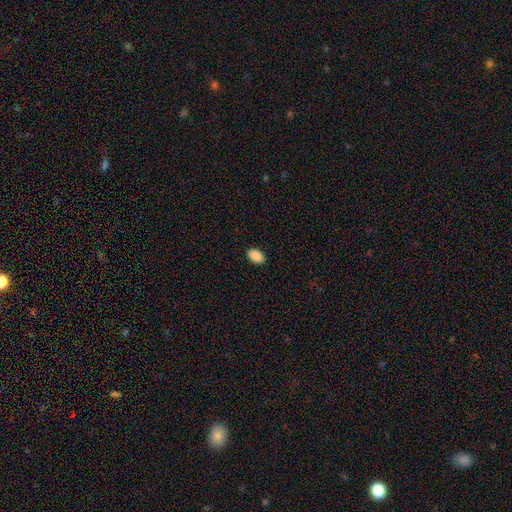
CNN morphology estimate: A smooth galaxy with no disk features (90%) that is in between round and cigar-shaped (86%).

Vote fractions:
- Smooth or featured? smooth: 90% / star or artifact: 7% / featured or disk: 3%
- How rounded? in between: 86% / round: 13% / cigar-shaped: 1%
- Merging? none: 90% / minor disturbance: 7% / major disturbance: 2% / merger: 1%